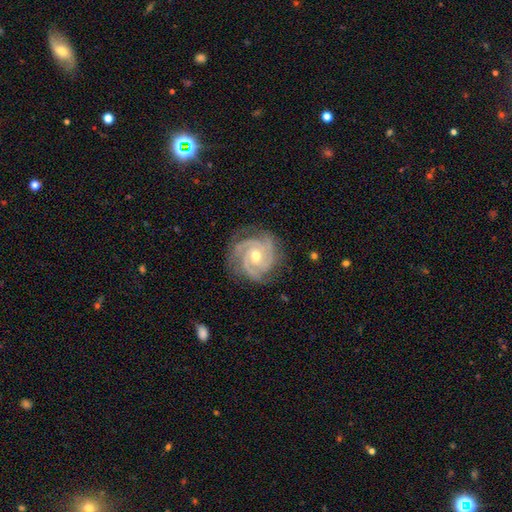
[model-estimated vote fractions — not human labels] Smooth or featured? featured or disk (93%)
Edge-on disk? no (98%)
Bar? no (71%)
Spiral arms? yes (99%)
Spiral winding? tight (74%)
Spiral arm count? 3 (61%)
Bulge size? moderate (61%)
Merging? none (80%)